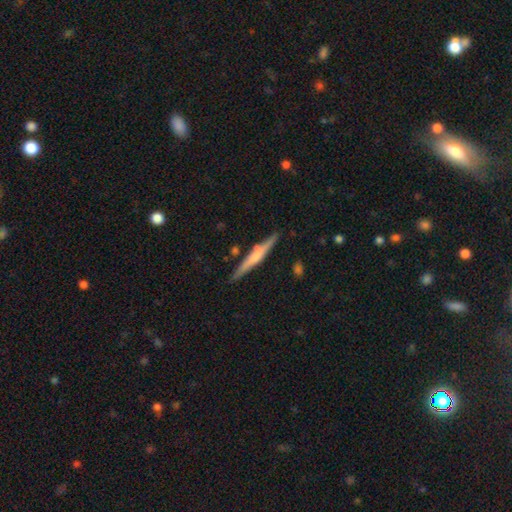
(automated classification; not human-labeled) Smooth or featured? featured or disk (54%)
Edge-on disk? yes (97%)
Edge-on bulge? rounded (55%)
Merging? none (83%)